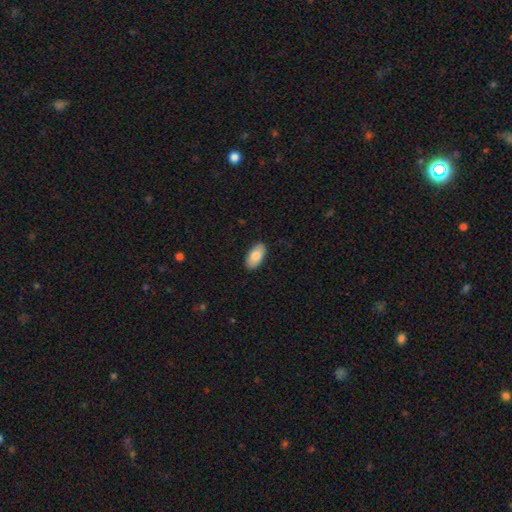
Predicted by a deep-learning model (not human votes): Smooth or featured? Predicted: smooth (p=0.84). How rounded? Predicted: in between (p=0.95). Merging? Predicted: none (p=0.89).